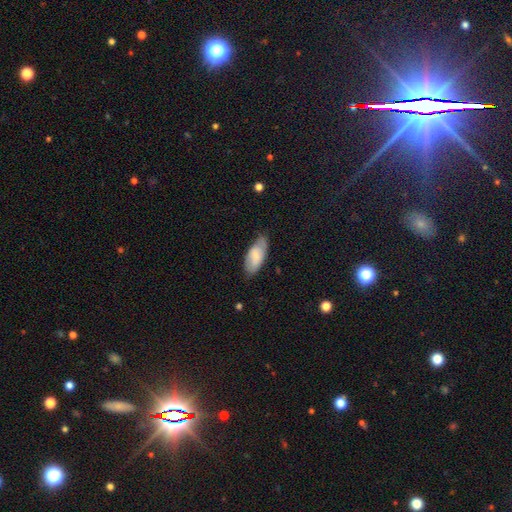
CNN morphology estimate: Q: Smooth or featured?
A: smooth (73%); runner-up: featured or disk (21%)
Q: How rounded?
A: in between (88%); runner-up: cigar-shaped (10%)
Q: Merging?
A: none (71%); runner-up: minor disturbance (23%)